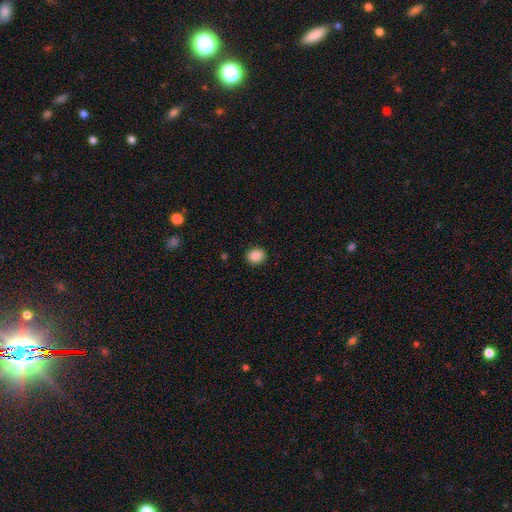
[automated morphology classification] This is clearly a smooth galaxy (86%). How rounded: likely round (70%). Merging: clearly none (91%).